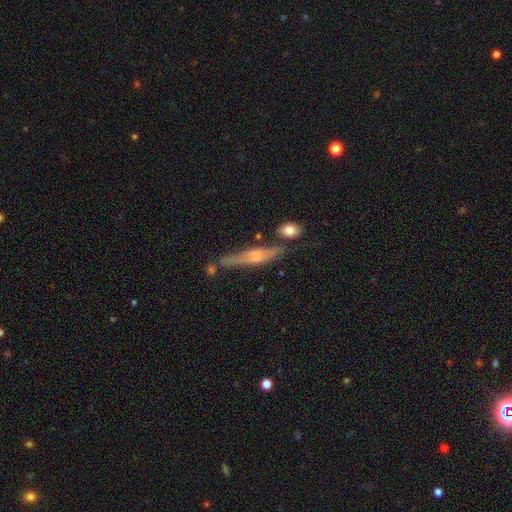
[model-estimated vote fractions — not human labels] Smooth or featured: featured or disk — 64% (smooth — 28%)
Edge-on disk: yes — 93% (no — 7%)
Edge-on bulge: rounded — 59% (boxy — 23%)
Merging: none — 68% (minor disturbance — 17%)